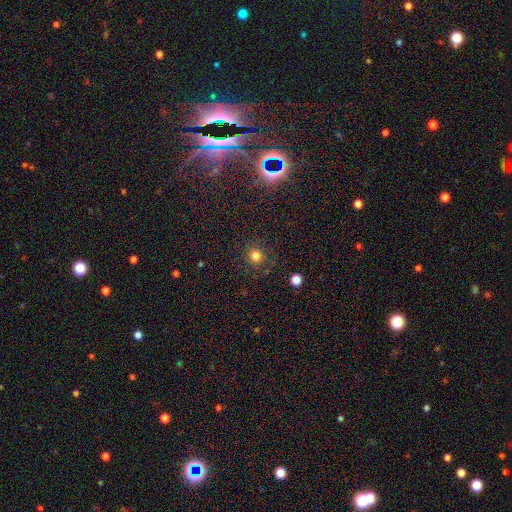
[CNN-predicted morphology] Overall: smooth (77%). How rounded: round (92%). Merging: none (82%).